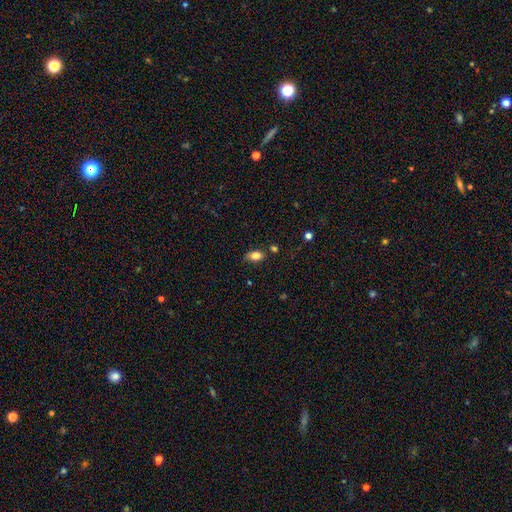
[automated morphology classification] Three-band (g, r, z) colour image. It shows a smooth galaxy with no disk features (81%) that is in between round and cigar-shaped (85%). Merging: none (76%).